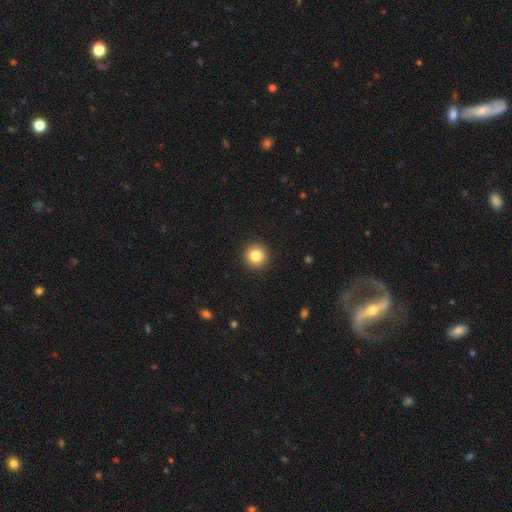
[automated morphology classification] Overall: smooth (83%). How rounded: round (95%). Merging: none (93%).